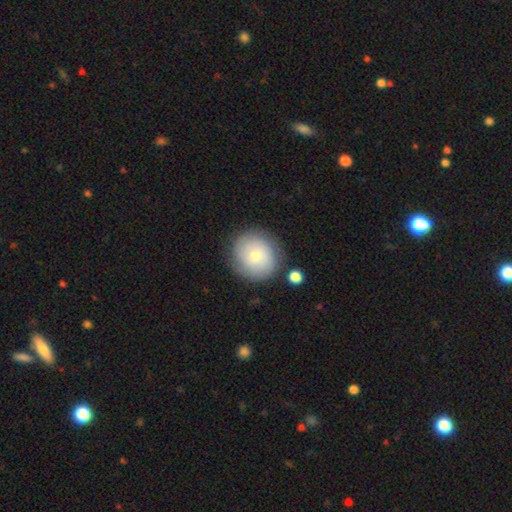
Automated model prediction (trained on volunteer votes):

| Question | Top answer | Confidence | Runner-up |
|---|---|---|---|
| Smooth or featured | smooth | 61% | featured or disk (32%) |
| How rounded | round | 90% | in between (9%) |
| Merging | none | 81% | minor disturbance (12%) |